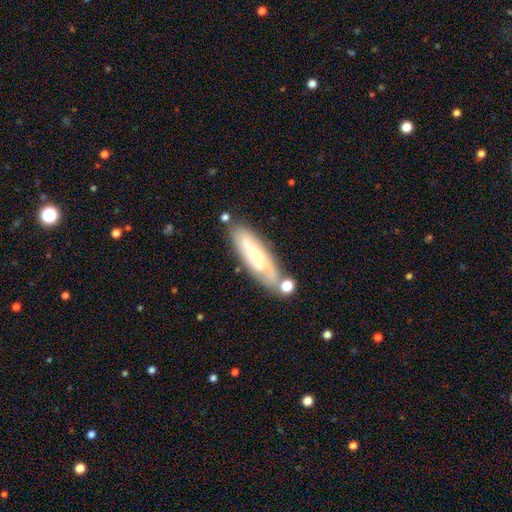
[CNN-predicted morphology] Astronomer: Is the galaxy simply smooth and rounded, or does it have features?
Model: featured or disk — 58% (runner-up: smooth, 35%).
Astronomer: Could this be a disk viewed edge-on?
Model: no — 73%.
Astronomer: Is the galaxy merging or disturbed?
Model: none — 65%.